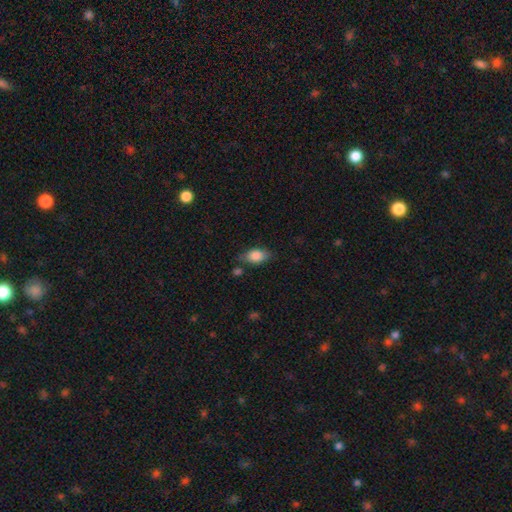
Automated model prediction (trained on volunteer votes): smooth_or_featured: smooth (p=0.83) [alt: featured or disk p=0.10]
how_rounded: in between (p=0.88) [alt: round p=0.08]
merging: none (p=0.65) [alt: minor disturbance p=0.22]